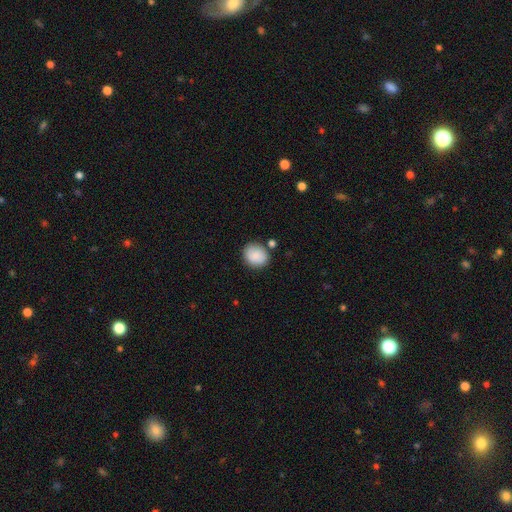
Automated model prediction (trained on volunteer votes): This appears to be a smooth galaxy with no disk features (86%) that is round (71%). Merging: none (76%).